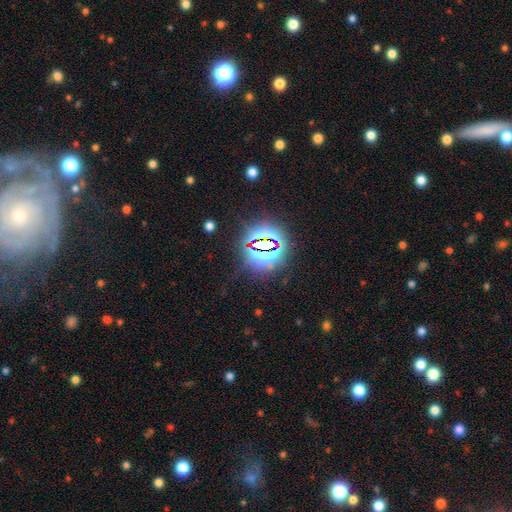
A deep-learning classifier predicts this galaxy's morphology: This is clearly a star or artifact rather than a galaxy (80%).